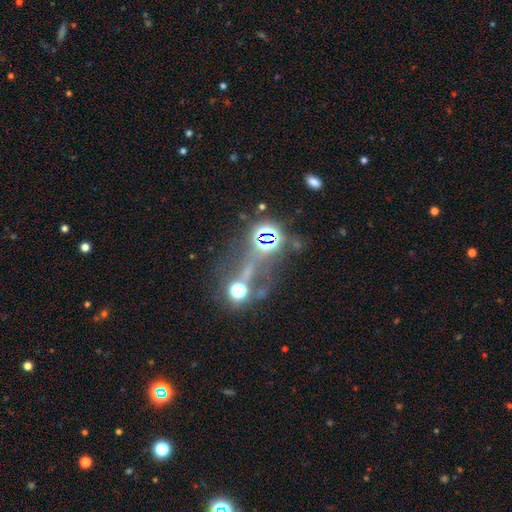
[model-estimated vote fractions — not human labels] Smooth or featured? star or artifact (47%)